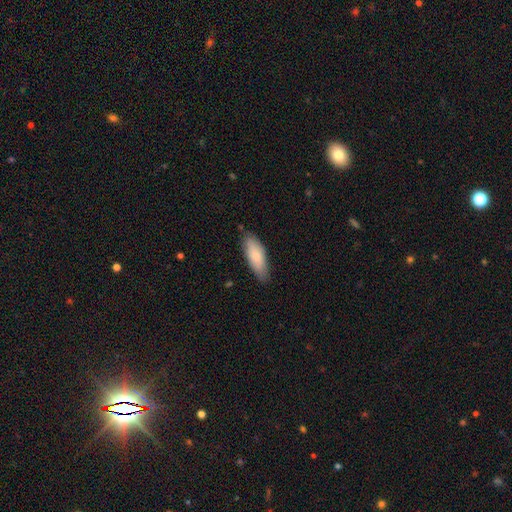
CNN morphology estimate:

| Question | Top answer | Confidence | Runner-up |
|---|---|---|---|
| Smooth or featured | smooth | 79% | featured or disk (16%) |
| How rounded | in between | 67% | cigar-shaped (31%) |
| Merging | none | 81% | minor disturbance (16%) |